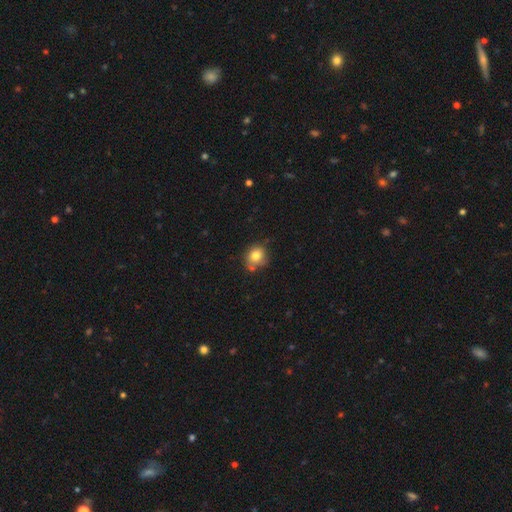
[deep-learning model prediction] Q: Smooth or featured?
A: smooth (80%); runner-up: star or artifact (10%)
Q: How rounded?
A: round (80%); runner-up: in between (20%)
Q: Merging?
A: none (63%); runner-up: minor disturbance (21%)